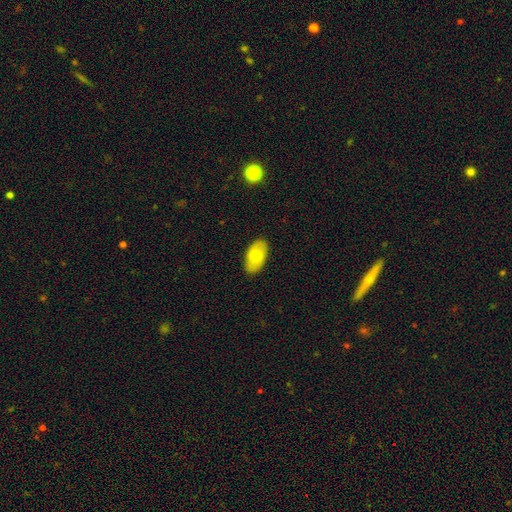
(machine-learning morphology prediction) Smooth or featured: smooth — 71% (featured or disk — 23%)
How rounded: in between — 94% (round — 3%)
Merging: none — 87% (minor disturbance — 10%)